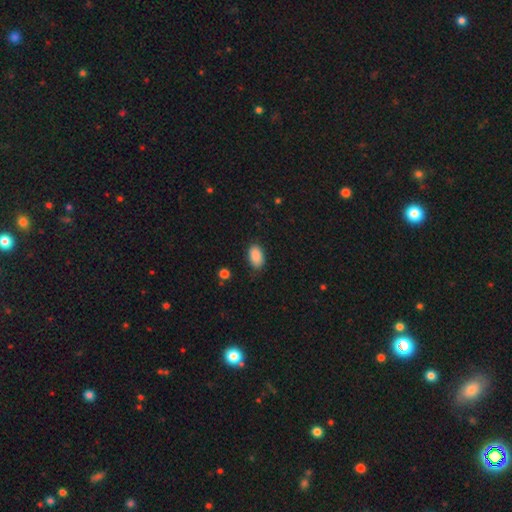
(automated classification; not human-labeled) smooth-or-featured: smooth: 89% | star or artifact: 8% | featured or disk: 3%
  how-rounded: in between: 92% | round: 6% | cigar-shaped: 1%
  merging: none: 83% | minor disturbance: 13% | major disturbance: 3% | merger: 1%